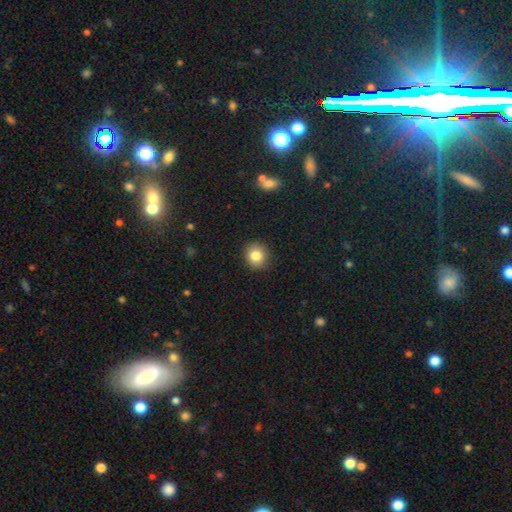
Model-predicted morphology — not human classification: type=smooth (83%); roundness=round (80%); merging=none (88%).